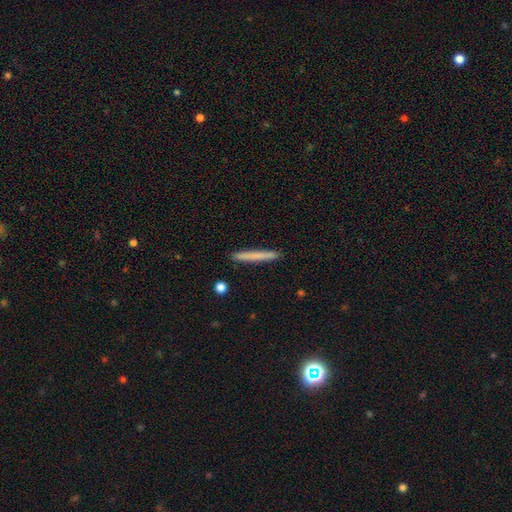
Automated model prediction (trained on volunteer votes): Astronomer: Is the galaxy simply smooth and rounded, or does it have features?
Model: smooth — 72%.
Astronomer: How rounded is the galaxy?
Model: cigar-shaped — 97%.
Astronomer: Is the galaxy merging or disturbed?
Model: none — 92%.